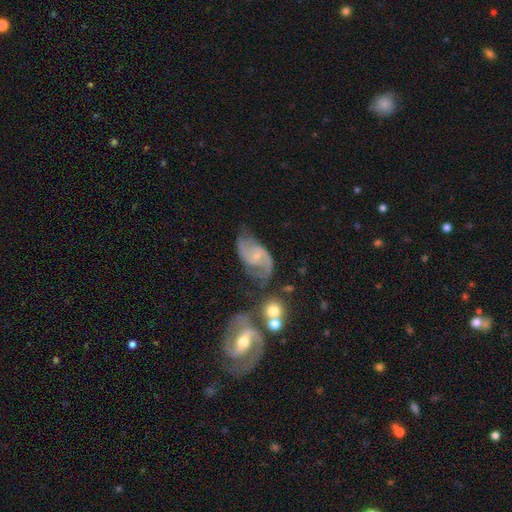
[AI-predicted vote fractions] This is clearly a featured or disk galaxy (86%). It is clearly not viewed edge-on (97%). Bar: possibly no (54%). Spiral arm pattern: clearly yes (96%). Spiral arm count: clearly 2 (85%). Spiral winding: possibly medium (49%). Central bulge: likely small (70%). Merging: possibly none (52%).